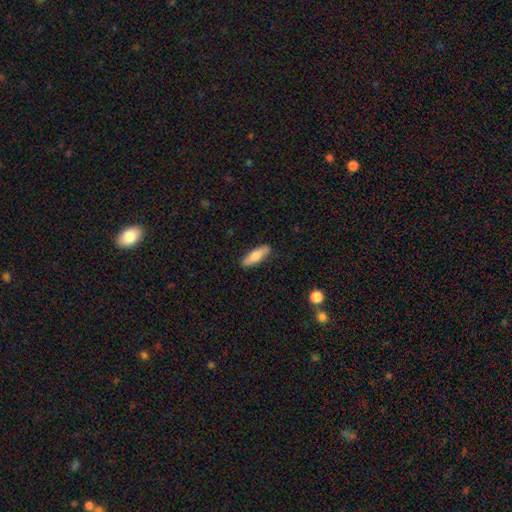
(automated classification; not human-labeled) A smooth galaxy with no disk features (72%) that is cigar-shaped (57%).

Vote fractions:
- Smooth or featured? smooth: 72% / featured or disk: 22% / star or artifact: 6%
- How rounded? cigar-shaped: 57% / in between: 41% / round: 2%
- Merging? none: 87% / minor disturbance: 10% / major disturbance: 2% / merger: 1%